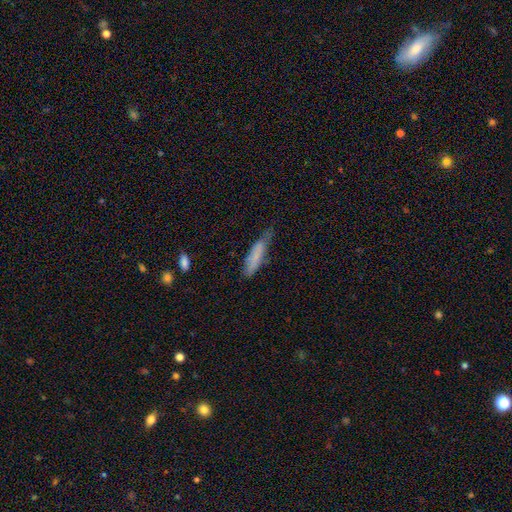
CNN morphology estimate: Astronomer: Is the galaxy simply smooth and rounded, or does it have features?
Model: smooth — 72%.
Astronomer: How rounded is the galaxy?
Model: cigar-shaped — 70%.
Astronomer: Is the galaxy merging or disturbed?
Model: none — 46% (runner-up: minor disturbance, 38%).